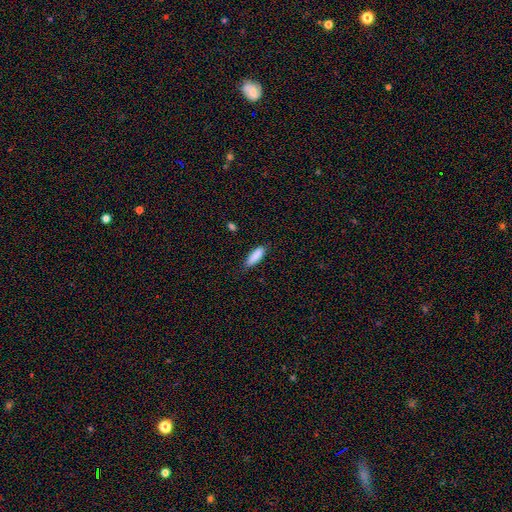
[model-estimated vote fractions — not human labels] smooth-or-featured: smooth: 88% | star or artifact: 6% | featured or disk: 5%
  how-rounded: in between: 50% | cigar-shaped: 48% | round: 2%
  merging: none: 82% | minor disturbance: 14% | major disturbance: 3% | merger: 1%